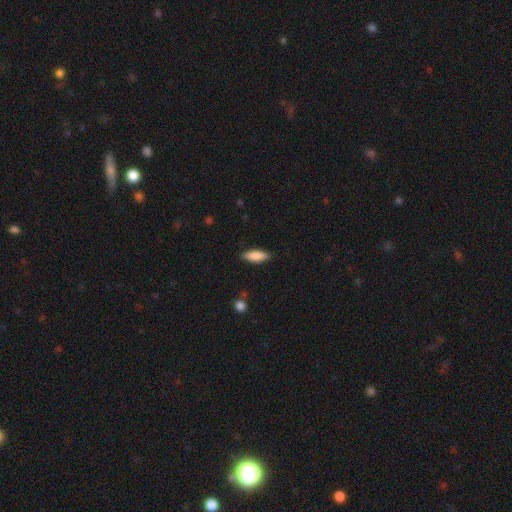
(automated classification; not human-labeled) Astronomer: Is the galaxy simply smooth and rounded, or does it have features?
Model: smooth — 82%.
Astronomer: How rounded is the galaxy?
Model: in between — 64%.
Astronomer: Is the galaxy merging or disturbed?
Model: none — 86%.